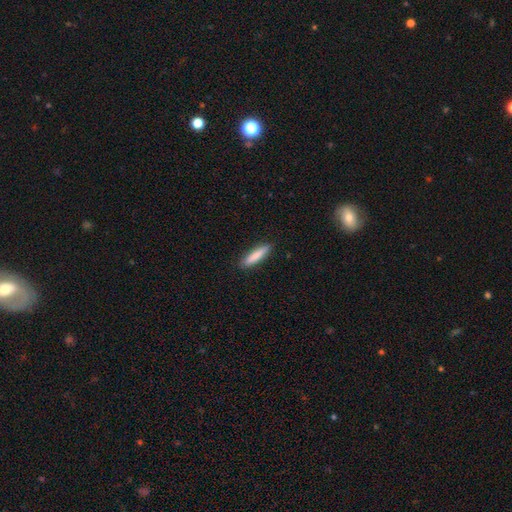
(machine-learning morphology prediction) A smooth galaxy with no disk features (82%) that is cigar-shaped (82%).

Vote fractions:
- Smooth or featured? smooth: 82% / featured or disk: 12% / star or artifact: 6%
- How rounded? cigar-shaped: 82% / in between: 17% / round: 1%
- Merging? none: 89% / minor disturbance: 9% / major disturbance: 2% / merger: 1%